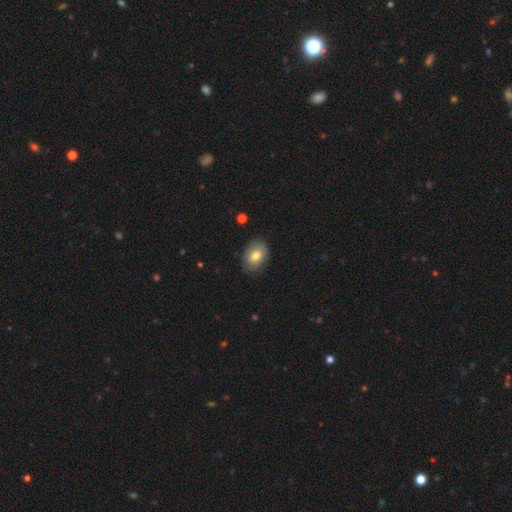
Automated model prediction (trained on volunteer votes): A smooth galaxy with no disk features (76%) that is in between round and cigar-shaped (79%). Merging: none (84%).